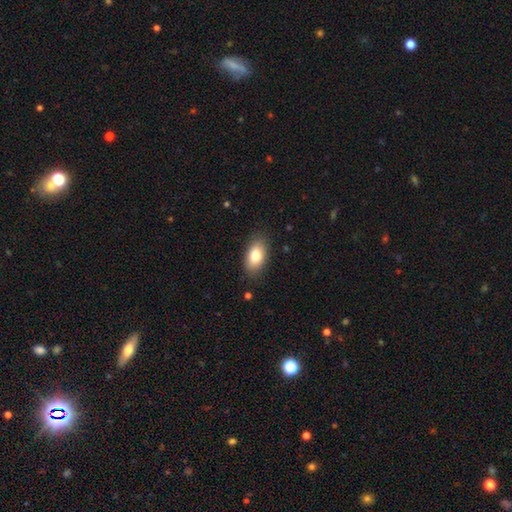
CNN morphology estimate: This is clearly a smooth galaxy (80%). How rounded: clearly in between (91%). Merging: clearly none (85%).